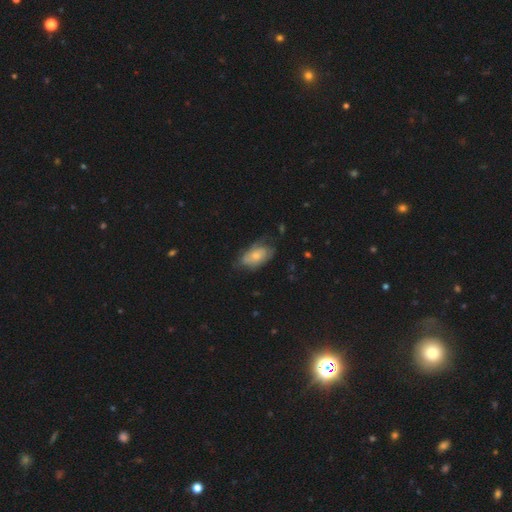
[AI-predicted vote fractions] This is possibly a smooth galaxy (53%). How rounded: clearly in between (91%). Merging: possibly none (51%).